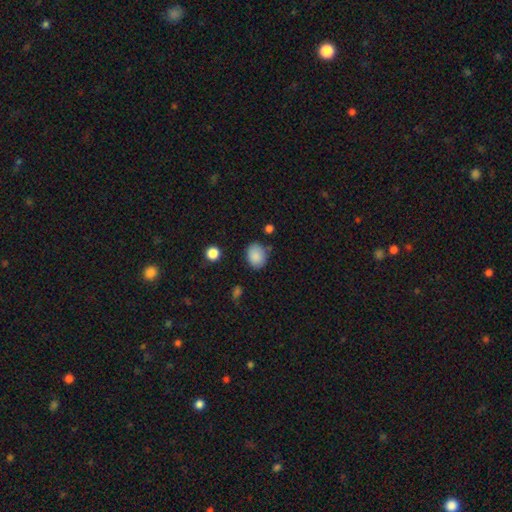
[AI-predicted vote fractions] Overall: smooth (87%). How rounded: in between (59%; round 40%). Merging: none (76%).